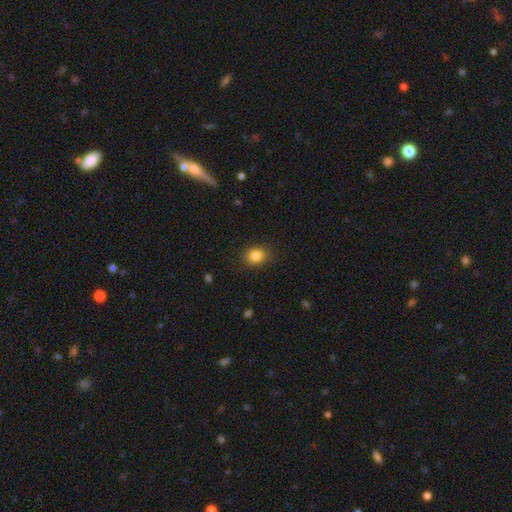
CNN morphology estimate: A smooth galaxy with no disk features (84%) that is round (60%). Merging: none (87%).